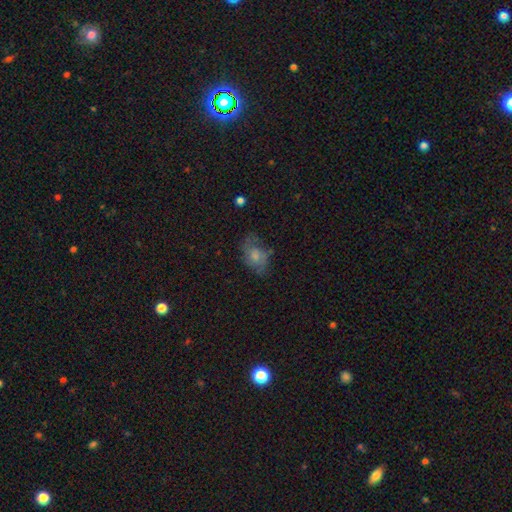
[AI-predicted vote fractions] Smooth or featured? Predicted: smooth (p=0.55). How rounded? Predicted: in between (p=0.83). Merging? Predicted: none (p=0.52).